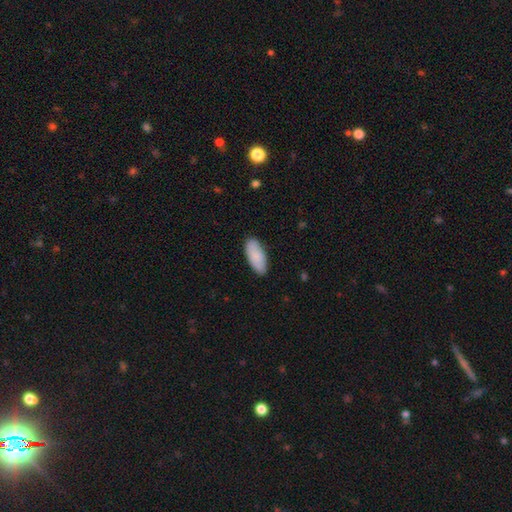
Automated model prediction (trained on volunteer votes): Q: Smooth or featured?
A: smooth (87%); runner-up: featured or disk (8%)
Q: How rounded?
A: in between (86%); runner-up: cigar-shaped (13%)
Q: Merging?
A: none (84%); runner-up: minor disturbance (12%)